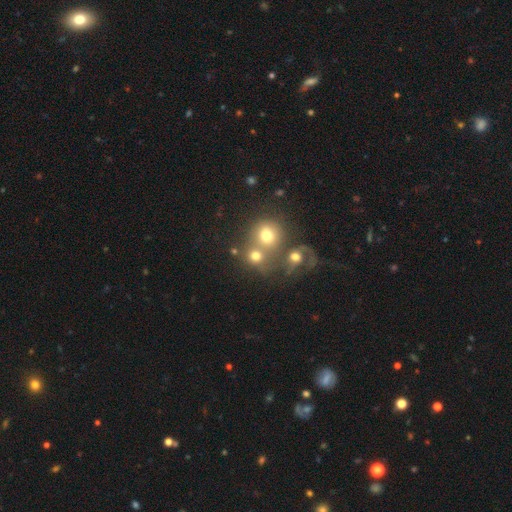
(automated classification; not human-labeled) smooth_or_featured: smooth (p=0.69) [alt: featured or disk p=0.17]
how_rounded: round (p=0.80) [alt: in between p=0.19]
merging: merger (p=0.48) [alt: none p=0.37]